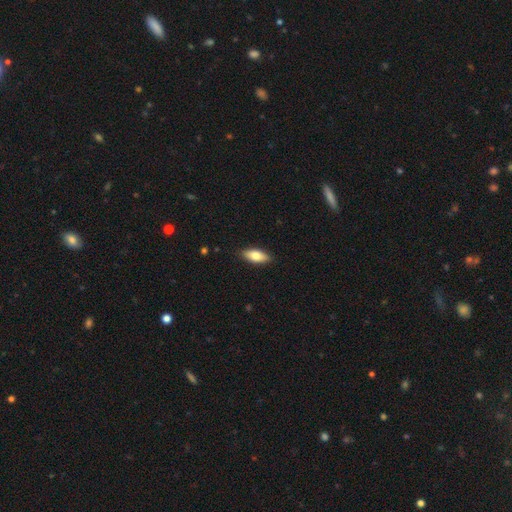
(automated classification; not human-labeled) smooth 76%, featured or disk 18%, star or artifact 6%. Down the decision tree: how rounded — in between (82%); merging — none (88%).